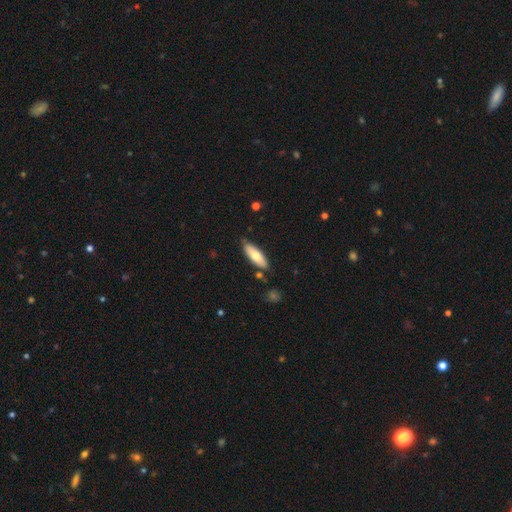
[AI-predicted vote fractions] A smooth galaxy with no disk features (70%) that is in between round and cigar-shaped (62%).

Vote fractions:
- Smooth or featured? smooth: 70% / featured or disk: 24% / star or artifact: 6%
- How rounded? in between: 62% / cigar-shaped: 36% / round: 2%
- Merging? none: 81% / minor disturbance: 13% / merger: 3% / major disturbance: 2%